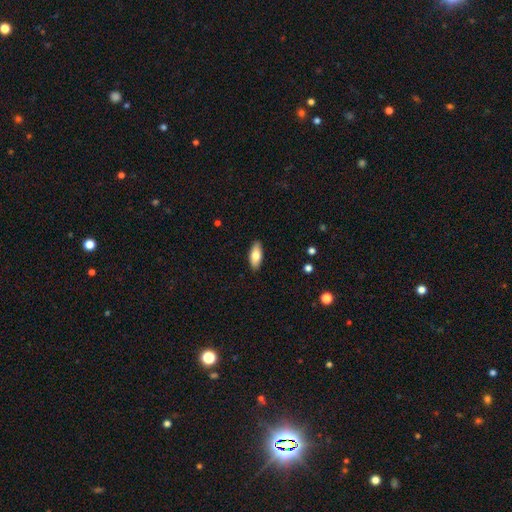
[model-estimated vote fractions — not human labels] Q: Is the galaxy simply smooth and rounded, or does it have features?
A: smooth — 76%.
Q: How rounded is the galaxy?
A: in between — 82%.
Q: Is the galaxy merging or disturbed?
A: none — 89%.